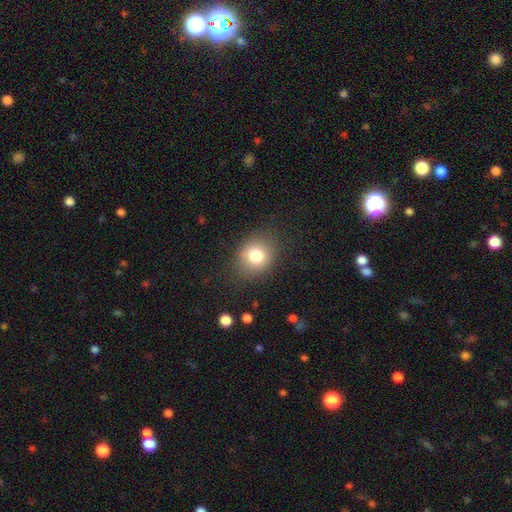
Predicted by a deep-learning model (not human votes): smooth-or-featured: smooth: 78% | star or artifact: 11% | featured or disk: 10%
  how-rounded: round: 65% | in between: 34% | cigar-shaped: 1%
  merging: none: 82% | minor disturbance: 12% | major disturbance: 5% | merger: 1%